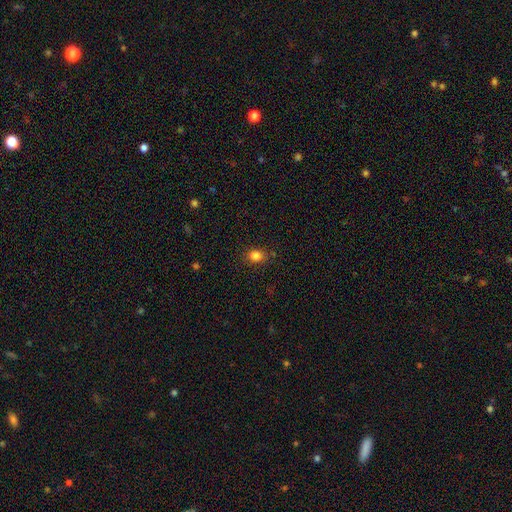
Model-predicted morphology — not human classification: smooth_or_featured: smooth (p=0.83) [alt: star or artifact p=0.12]
how_rounded: in between (p=0.52) [alt: round p=0.46]
merging: none (p=0.83) [alt: minor disturbance p=0.12]